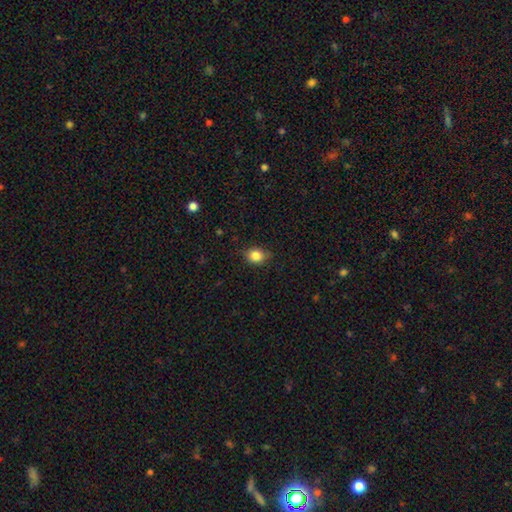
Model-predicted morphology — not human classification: smooth_or_featured: smooth (p=0.84) [alt: star or artifact p=0.10]
how_rounded: round (p=0.62) [alt: in between p=0.37]
merging: none (p=0.83) [alt: minor disturbance p=0.14]